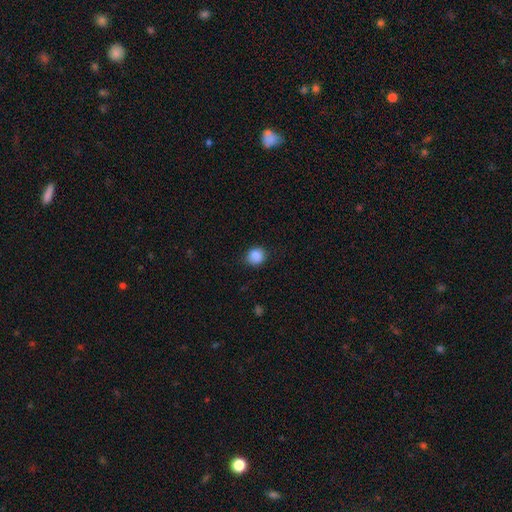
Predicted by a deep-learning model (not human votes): Q: Smooth or featured?
A: smooth (88%); runner-up: star or artifact (9%)
Q: How rounded?
A: round (83%); runner-up: in between (16%)
Q: Merging?
A: none (84%); runner-up: minor disturbance (12%)